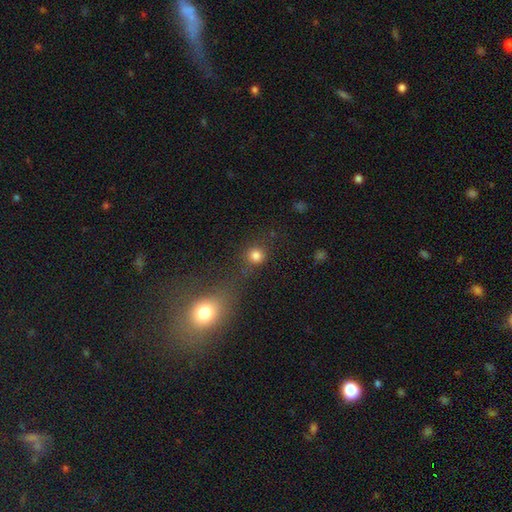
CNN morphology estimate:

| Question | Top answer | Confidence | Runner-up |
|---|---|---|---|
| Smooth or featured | smooth | 81% | star or artifact (14%) |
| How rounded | round | 91% | in between (8%) |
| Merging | none | 71% | merger (14%) |